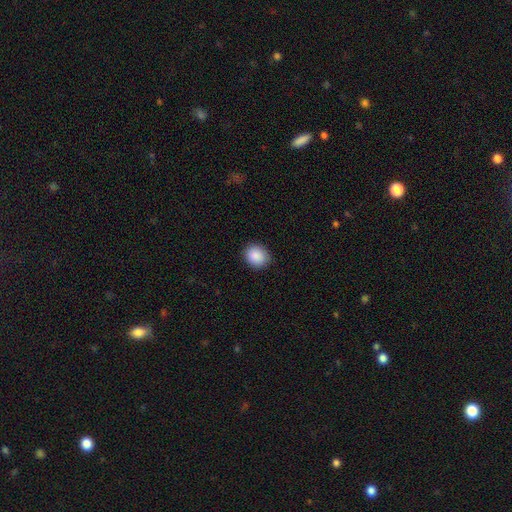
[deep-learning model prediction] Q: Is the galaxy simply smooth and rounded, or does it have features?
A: smooth — 89%.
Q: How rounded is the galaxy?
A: round — 65%.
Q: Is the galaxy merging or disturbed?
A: none — 87%.